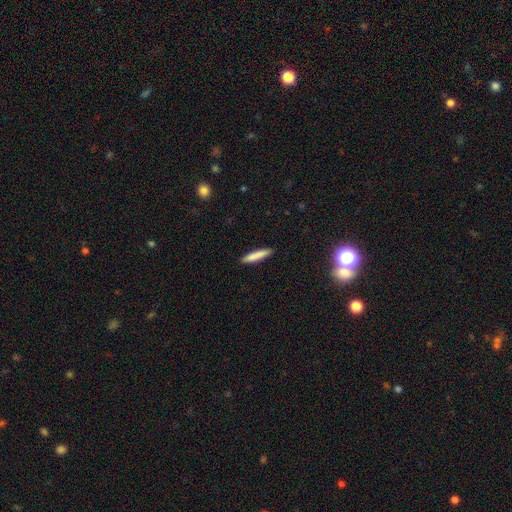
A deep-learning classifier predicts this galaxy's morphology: smooth-or-featured: smooth: 83% | featured or disk: 11% | star or artifact: 6%
  how-rounded: cigar-shaped: 91% | in between: 8% | round: 1%
  merging: none: 91% | minor disturbance: 6% | major disturbance: 1% | merger: 1%